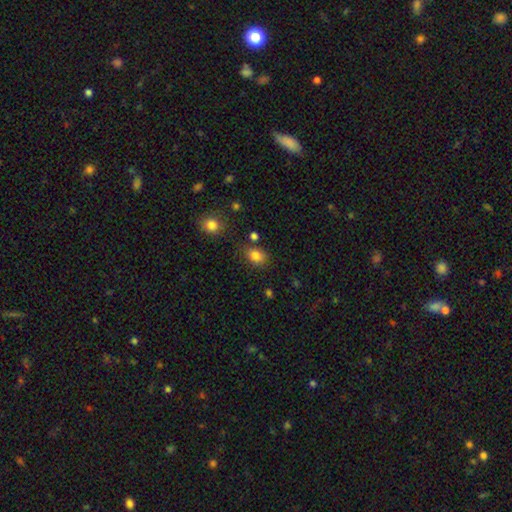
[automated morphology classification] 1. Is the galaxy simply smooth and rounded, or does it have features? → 83% smooth, 11% star or artifact, 6% featured or disk.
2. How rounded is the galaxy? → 63% in between, 36% round, 1% cigar-shaped.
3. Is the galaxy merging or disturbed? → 71% none, 17% minor disturbance, 7% merger, 5% major disturbance.